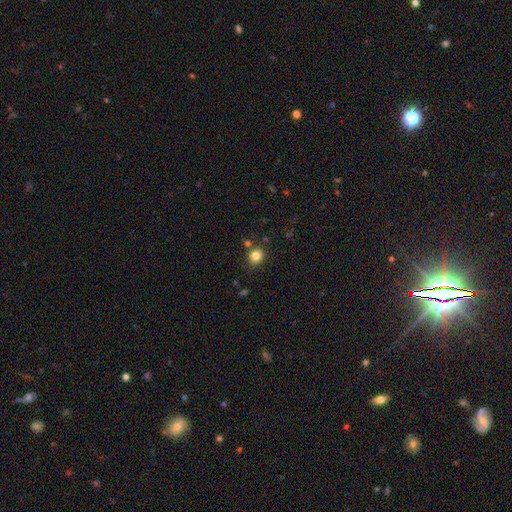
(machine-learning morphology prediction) smooth_or_featured: smooth (p=0.82) [alt: star or artifact p=0.12]
how_rounded: round (p=0.69) [alt: in between p=0.30]
merging: none (p=0.81) [alt: minor disturbance p=0.10]